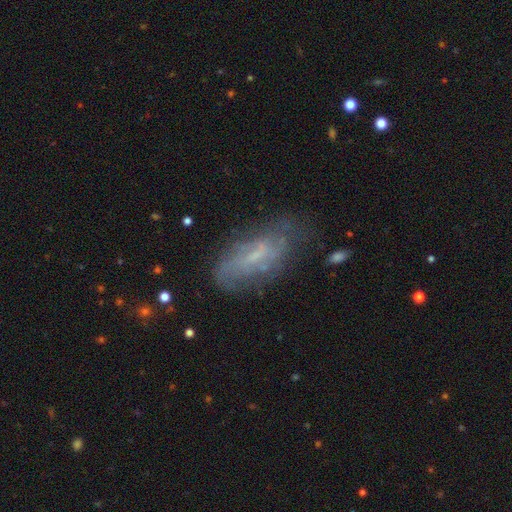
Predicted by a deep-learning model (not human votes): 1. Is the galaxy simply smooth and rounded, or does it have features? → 53% featured or disk, 36% smooth, 10% star or artifact.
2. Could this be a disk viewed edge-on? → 83% no, 17% yes.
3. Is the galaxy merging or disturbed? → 60% none, 25% minor disturbance, 12% major disturbance, 3% merger.